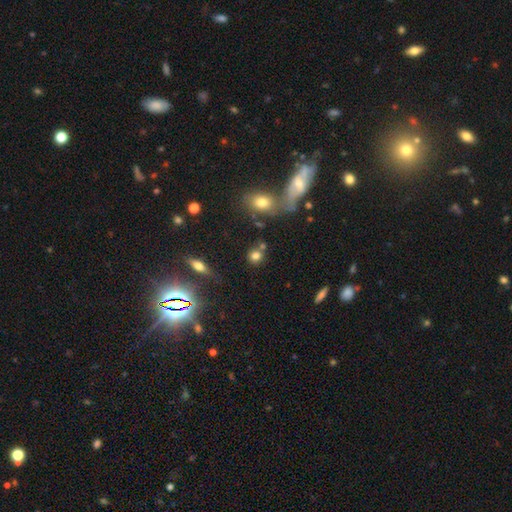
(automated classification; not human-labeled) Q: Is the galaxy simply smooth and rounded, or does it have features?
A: smooth — 76%.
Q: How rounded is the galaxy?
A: round — 81%.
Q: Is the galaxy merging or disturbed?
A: none — 65%.